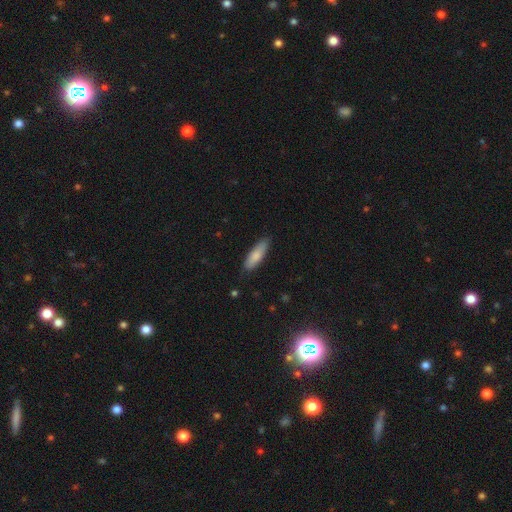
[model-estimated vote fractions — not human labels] The model was most divided on "how rounded": cigar-shaped: 53%, in between: 46%, round: 2%. More confident: merging — none (83%); smooth or featured — smooth (82%).